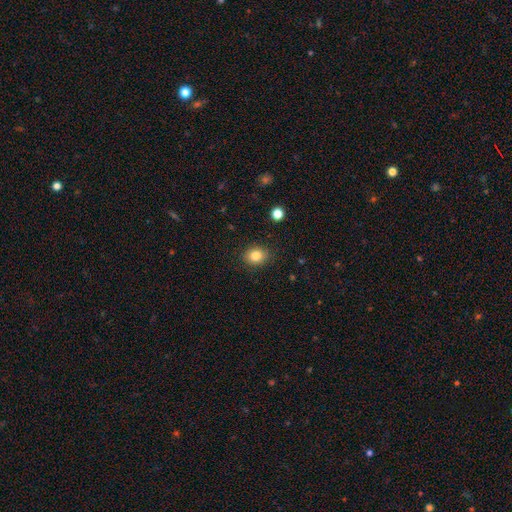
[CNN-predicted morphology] A smooth galaxy with no disk features (83%) that is round (60%).

Vote fractions:
- Smooth or featured? smooth: 83% / star or artifact: 10% / featured or disk: 7%
- How rounded? round: 60% / in between: 39% / cigar-shaped: 1%
- Merging? none: 88% / minor disturbance: 8% / major disturbance: 2% / merger: 1%